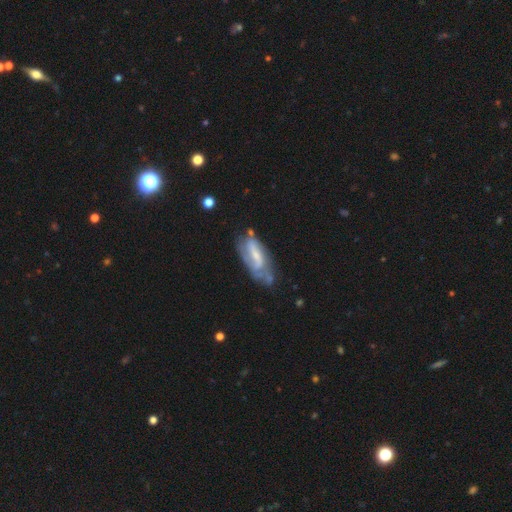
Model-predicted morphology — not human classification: A featured or disk galaxy (68%) with a weak bar (43%), spiral arms (79%) and a small central bulge (48%).

Vote fractions:
- Smooth or featured? featured or disk: 68% / smooth: 25% / star or artifact: 6%
- Edge-on disk? no: 91% / yes: 9%
- Bar? weak: 43% / strong: 29% / no: 28%
- Spiral arms? yes: 79% / no: 21%
- Bulge size? small: 48% / moderate: 30% / none: 16% / large: 4% / dominant: 1%
- Merging? none: 47% / minor disturbance: 28% / major disturbance: 17% / merger: 8%